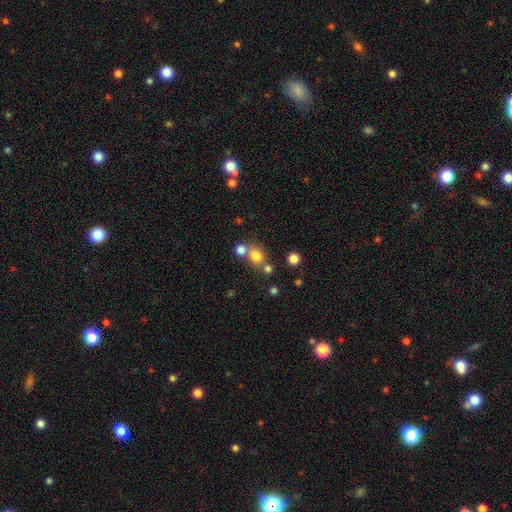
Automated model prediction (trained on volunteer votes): The model was most divided on "merging": none: 56%, merger: 32%, minor disturbance: 8%, major disturbance: 4%. More confident: smooth or featured — smooth (77%); how rounded — round (77%).